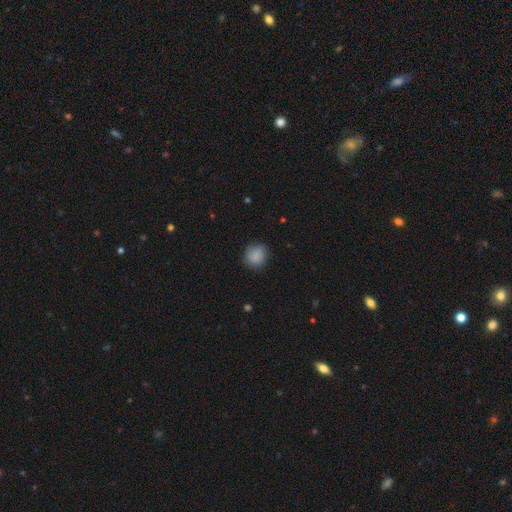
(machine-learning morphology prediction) Smooth or featured? Predicted: smooth (p=0.86). How rounded? Predicted: round (p=0.78). Merging? Predicted: none (p=0.83).